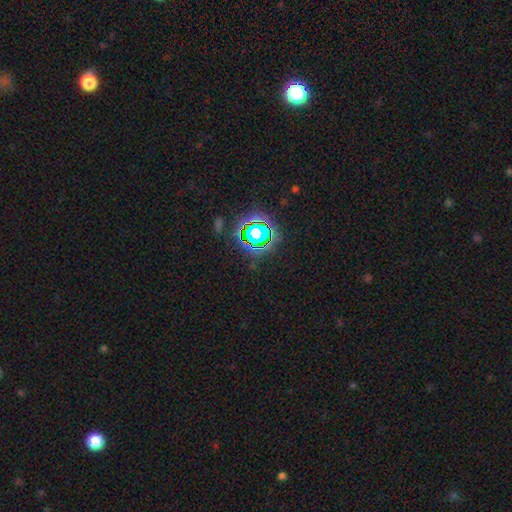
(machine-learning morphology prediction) type=star or artifact (80%).